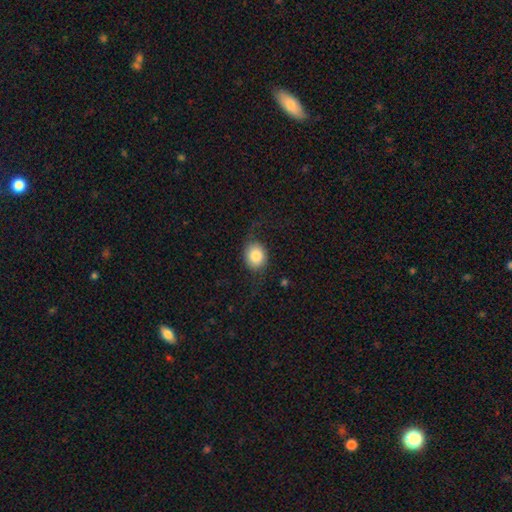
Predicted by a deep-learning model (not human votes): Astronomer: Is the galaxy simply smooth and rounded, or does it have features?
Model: smooth — 76%.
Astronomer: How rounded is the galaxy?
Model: round — 64%.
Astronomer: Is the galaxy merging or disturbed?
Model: none — 65%.